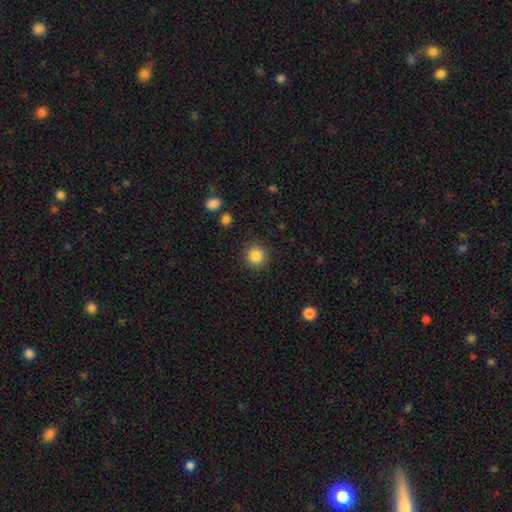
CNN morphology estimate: Smooth or featured?
  - smooth: 85% *
  - star or artifact: 10%
  - featured or disk: 5%
How rounded?
  - round: 91% *
  - in between: 8%
  - cigar-shaped: 1%
Merging?
  - none: 90% *
  - minor disturbance: 6%
  - major disturbance: 2%
  - merger: 1%